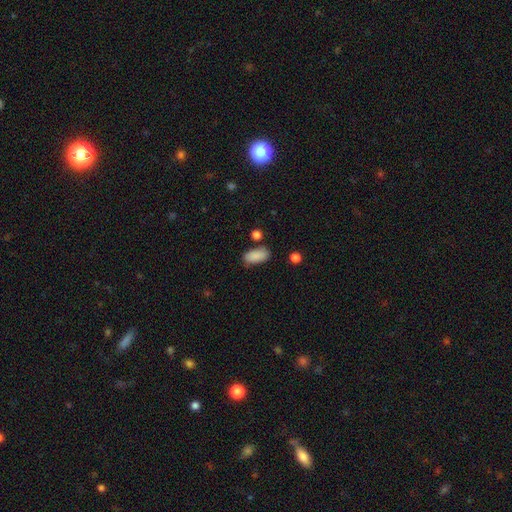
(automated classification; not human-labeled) smooth_or_featured: smooth (p=0.88) [alt: star or artifact p=0.07]
how_rounded: in between (p=0.90) [alt: cigar-shaped p=0.07]
merging: none (p=0.77) [alt: minor disturbance p=0.14]